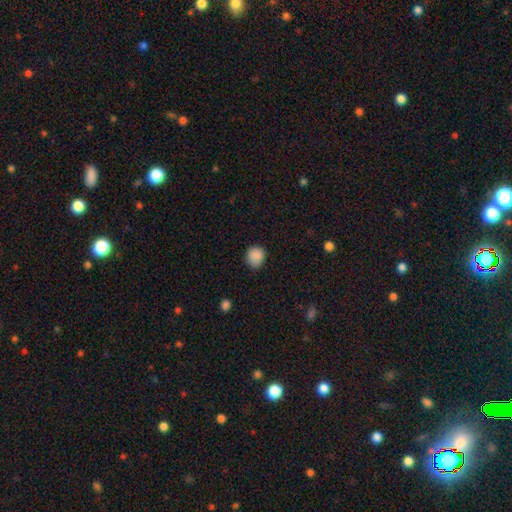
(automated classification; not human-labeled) Smooth or featured? smooth (87%)
How rounded? round (81%)
Merging? none (78%)